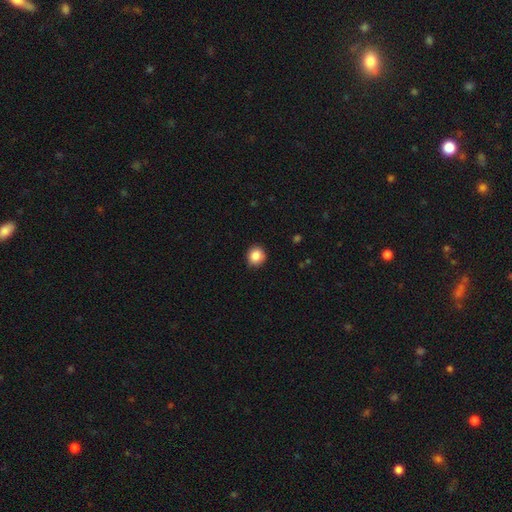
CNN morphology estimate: Q: Smooth or featured?
A: smooth (86%); runner-up: star or artifact (9%)
Q: How rounded?
A: round (86%); runner-up: in between (13%)
Q: Merging?
A: none (88%); runner-up: minor disturbance (9%)